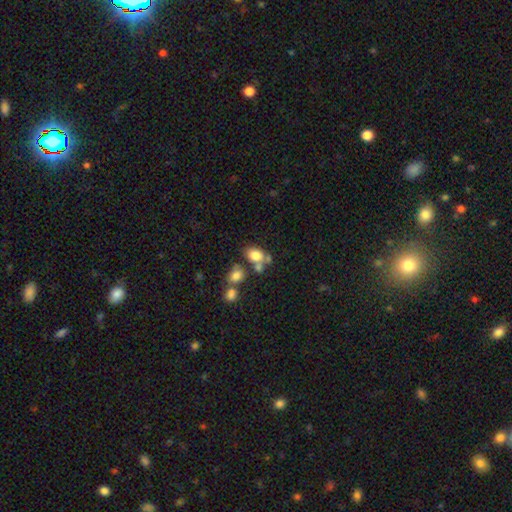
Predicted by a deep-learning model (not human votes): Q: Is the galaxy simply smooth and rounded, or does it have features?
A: smooth — 78%.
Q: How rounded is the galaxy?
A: in between — 68%.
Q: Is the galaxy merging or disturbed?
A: none — 47%.